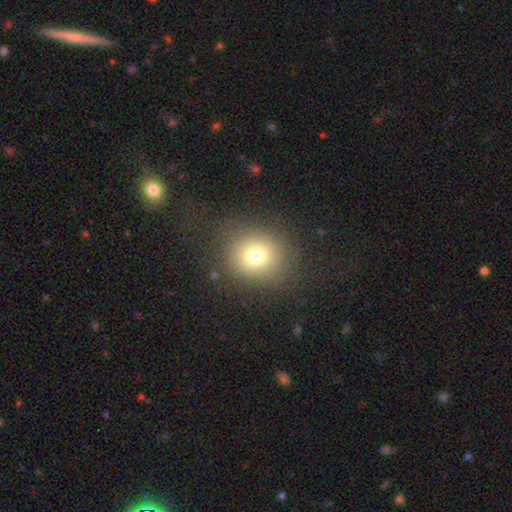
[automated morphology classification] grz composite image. It shows a smooth galaxy with no disk features (74%) that is round (80%). Merging: none (80%).